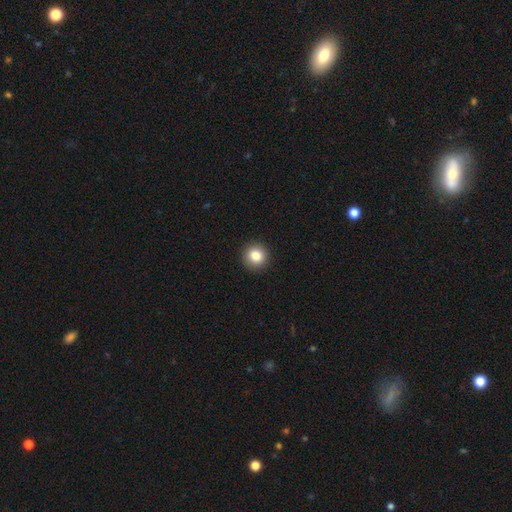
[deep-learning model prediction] Smooth or featured? Predicted: smooth (p=0.83). How rounded? Predicted: round (p=0.94). Merging? Predicted: none (p=0.93).